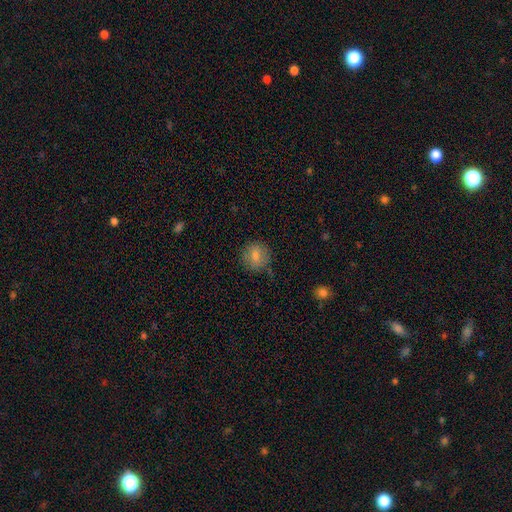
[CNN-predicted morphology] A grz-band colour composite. It shows a smooth galaxy with no disk features (80%) that is round (84%). Merging: none (79%).